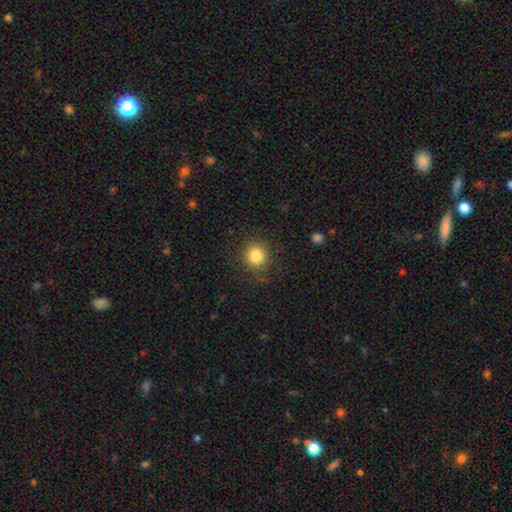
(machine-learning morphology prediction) smooth-or-featured: smooth: 83% | star or artifact: 11% | featured or disk: 6%
  how-rounded: round: 90% | in between: 9% | cigar-shaped: 1%
  merging: none: 85% | minor disturbance: 10% | major disturbance: 4% | merger: 1%